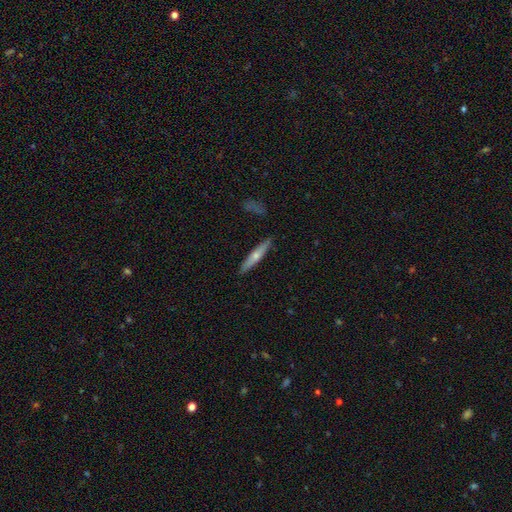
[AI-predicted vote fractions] smooth 53%, featured or disk 41%, star or artifact 6%. Down the decision tree: how rounded — cigar-shaped (90%); merging — none (88%).